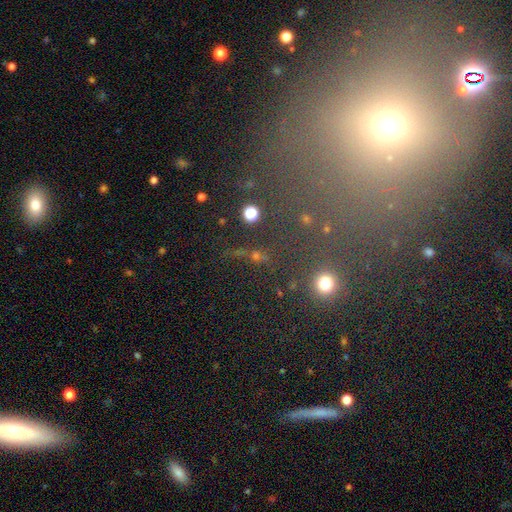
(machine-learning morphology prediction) A star or artifact, not a galaxy (45%).

Vote fractions:
- Smooth or featured? star or artifact: 45% / smooth: 38% / featured or disk: 16%